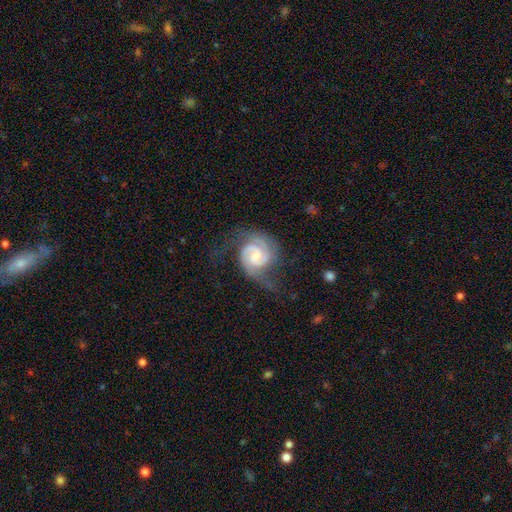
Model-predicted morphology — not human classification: This appears to be a featured or disk galaxy (89%) with a weak bar (46%), 2 (82%) tight (50%) spiral arms (98%) and a small central bulge (49%). Merging: none (57%).